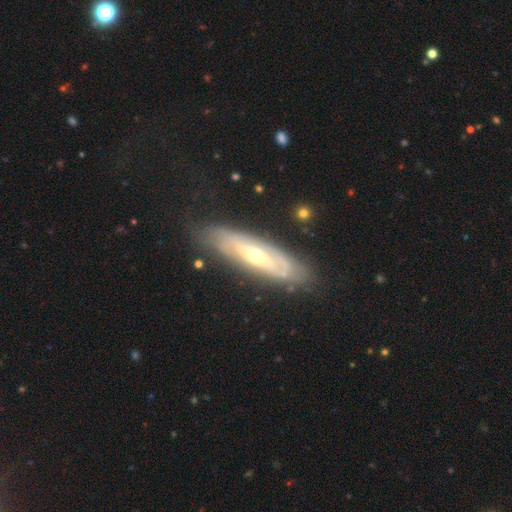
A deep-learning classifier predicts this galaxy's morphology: A featured or disk galaxy (74%) with no bar (69%), spiral arms (64%) and a moderate central bulge (55%).

Vote fractions:
- Smooth or featured? featured or disk: 74% / smooth: 20% / star or artifact: 6%
- Edge-on disk? no: 69% / yes: 31%
- Bar? no: 69% / weak: 22% / strong: 9%
- Spiral arms? yes: 64% / no: 36%
- Bulge size? moderate: 55% / small: 40% / large: 3% / none: 1% / dominant: 1%
- Merging? none: 76% / minor disturbance: 16% / major disturbance: 6% / merger: 2%